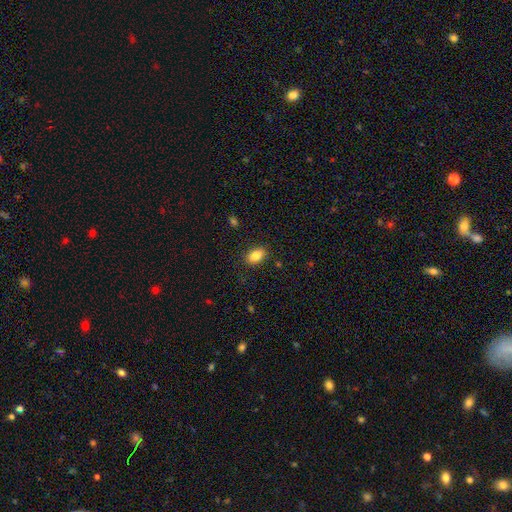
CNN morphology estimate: Overall: smooth (85%). How rounded: in between (86%). Merging: none (87%).